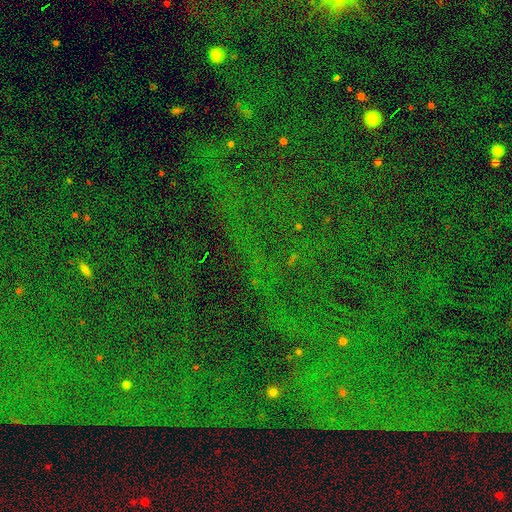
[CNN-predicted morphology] type=star or artifact (84%).